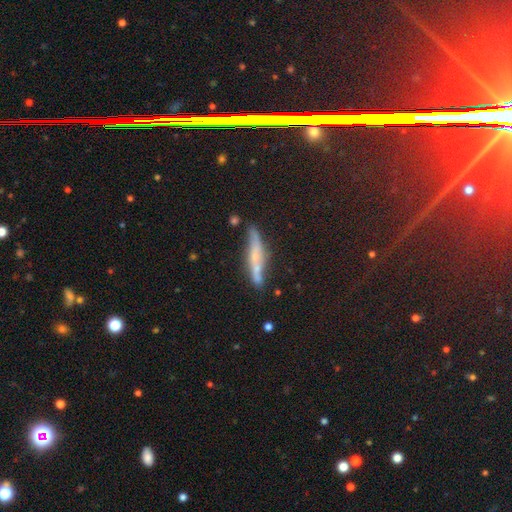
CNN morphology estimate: Smooth or featured?
  - featured or disk: 47% *
  - smooth: 36%
  - star or artifact: 17%
Merging?
  - none: 67% *
  - minor disturbance: 20%
  - merger: 7%
  - major disturbance: 6%